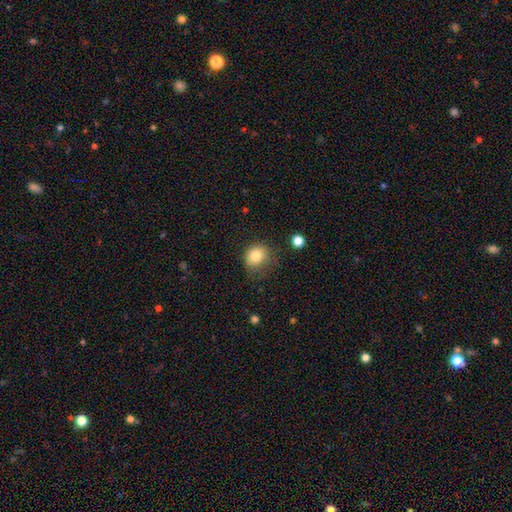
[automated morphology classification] type=smooth (81%); roundness=round (69%); merging=none (62%).